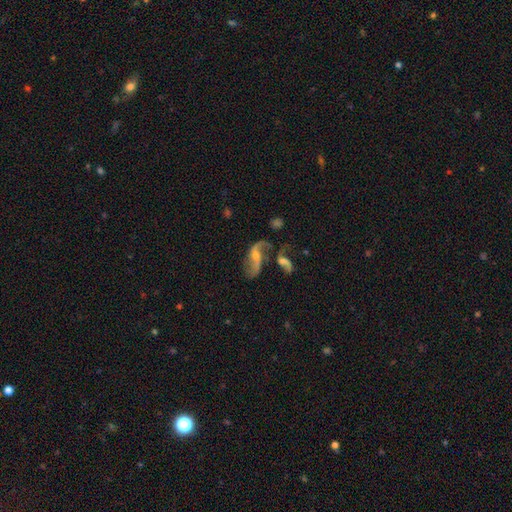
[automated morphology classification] A featured or disk galaxy (81%) with no bar (41%), 2 (88%) loose (79%) spiral arms (91%) and a small central bulge (47%).

Vote fractions:
- Smooth or featured? featured or disk: 81% / smooth: 12% / star or artifact: 7%
- Edge-on disk? no: 94% / yes: 6%
- Bar? no: 41% / weak: 38% / strong: 21%
- Spiral arms? yes: 91% / no: 9%
- Spiral winding? loose: 79% / medium: 17% / tight: 5%
- Spiral arm count? 2: 88% / 1: 5% / can't tell: 4% / 3: 1% / 4: 1% / more than 4: 1%
- Bulge size? small: 47% / moderate: 45% / none: 5% / large: 3% / dominant: 1%
- Merging? none: 40% / merger: 27% / major disturbance: 17% / minor disturbance: 16%